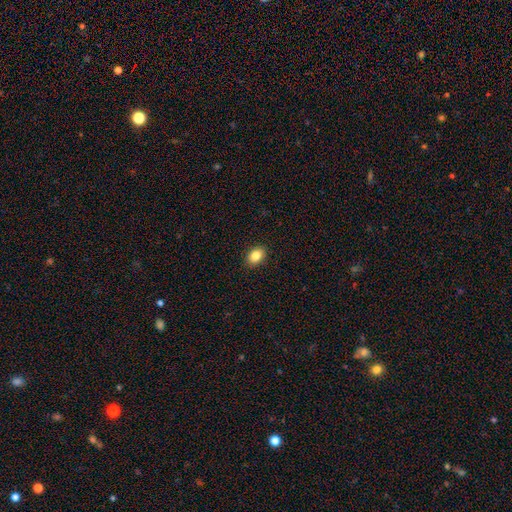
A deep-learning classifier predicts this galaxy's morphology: smooth_or_featured: smooth (p=0.85) [alt: star or artifact p=0.09]
how_rounded: in between (p=0.76) [alt: round p=0.22]
merging: none (p=0.90) [alt: minor disturbance p=0.07]